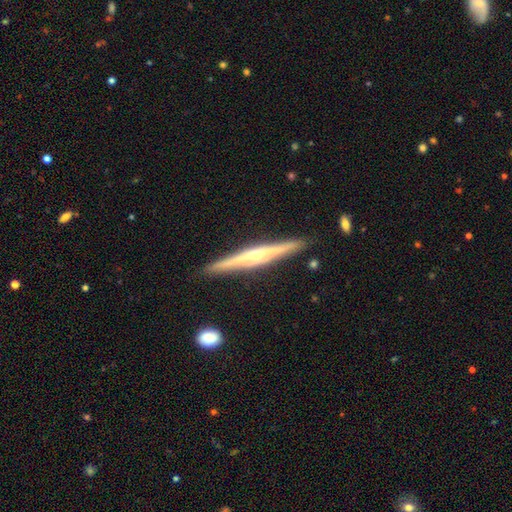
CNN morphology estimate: smooth-or-featured: featured or disk: 82% | smooth: 13% | star or artifact: 5%
  disk-edge-on: yes: 98% | no: 2%
    edge-on-bulge: rounded: 86% | none: 7% | boxy: 6%
  merging: none: 90% | minor disturbance: 7% | major disturbance: 1% | merger: 1%